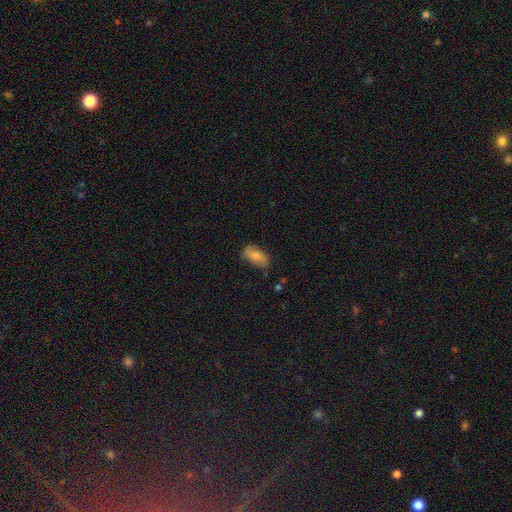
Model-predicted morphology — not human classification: This is likely a smooth galaxy (70%). How rounded: clearly in between (92%). Merging: likely none (66%).